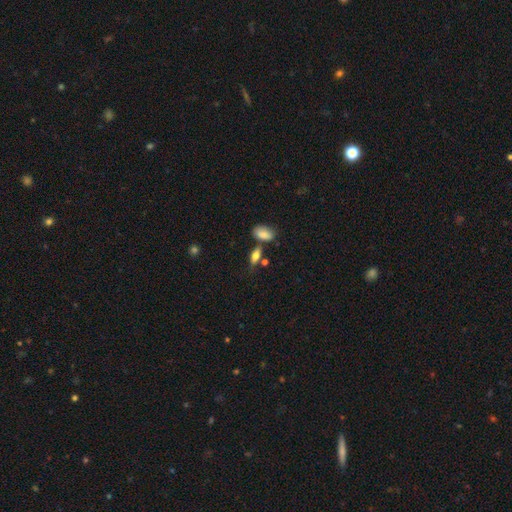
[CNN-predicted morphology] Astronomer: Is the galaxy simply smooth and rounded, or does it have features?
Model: smooth — 75%.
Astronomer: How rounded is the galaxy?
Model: in between — 76%.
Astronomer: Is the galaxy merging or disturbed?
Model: none — 58%.